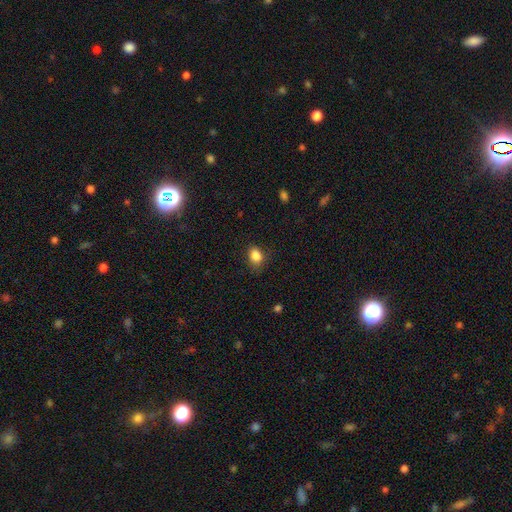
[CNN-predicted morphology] A smooth galaxy with no disk features (86%) that is in between round and cigar-shaped (64%). Merging: none (69%).